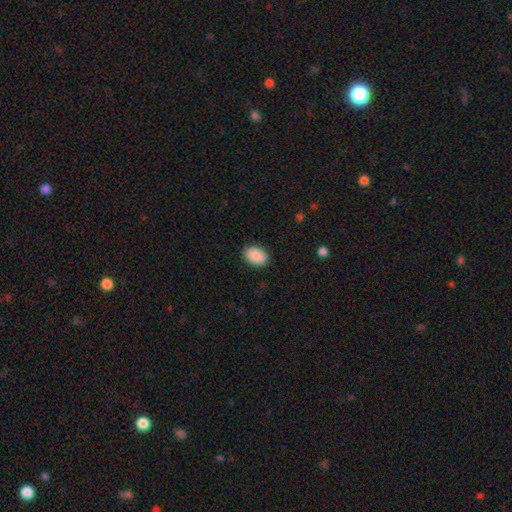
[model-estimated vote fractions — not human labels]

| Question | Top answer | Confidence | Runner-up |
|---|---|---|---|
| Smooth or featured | smooth | 89% | star or artifact (7%) |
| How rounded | in between | 80% | round (19%) |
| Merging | none | 89% | minor disturbance (8%) |